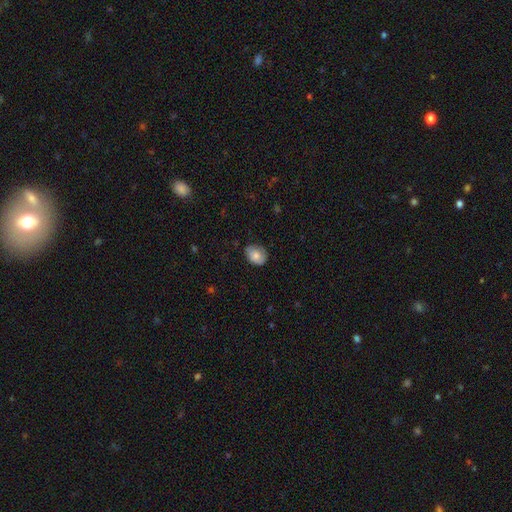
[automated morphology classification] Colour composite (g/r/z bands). It shows a smooth galaxy with no disk features (78%) that is in between round and cigar-shaped (65%). Merging: none (66%).